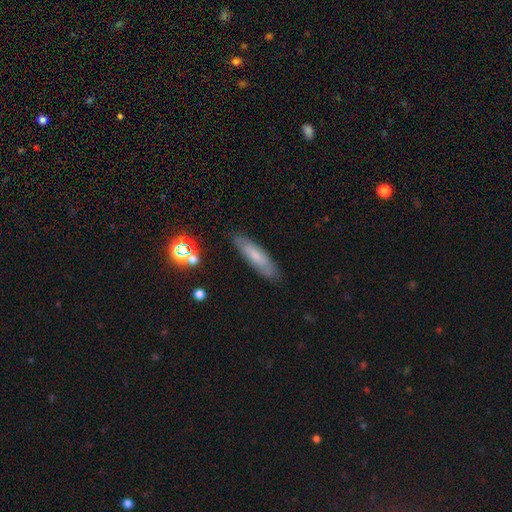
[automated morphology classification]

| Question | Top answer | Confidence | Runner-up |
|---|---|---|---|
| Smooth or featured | smooth | 65% | featured or disk (26%) |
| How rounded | cigar-shaped | 72% | in between (27%) |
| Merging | none | 85% | minor disturbance (11%) |